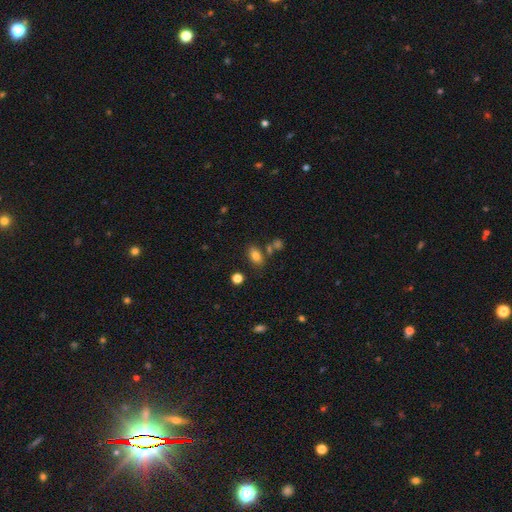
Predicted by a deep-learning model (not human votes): Overall: smooth (80%). How rounded: in between (85%). Merging: none (71%).